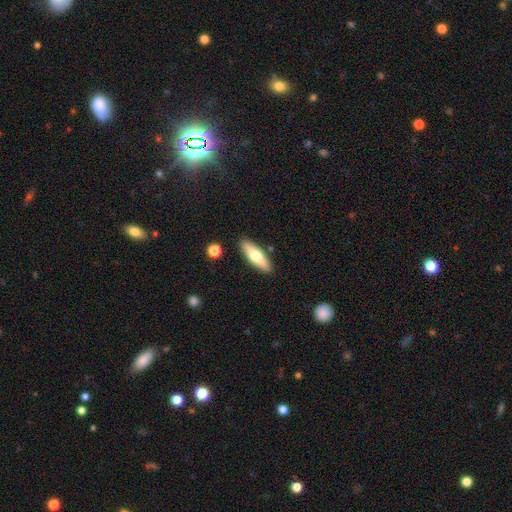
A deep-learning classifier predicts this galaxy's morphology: Smooth or featured: smooth — 63% (featured or disk — 32%)
How rounded: cigar-shaped — 52% (in between — 46%)
Merging: none — 87% (minor disturbance — 8%)